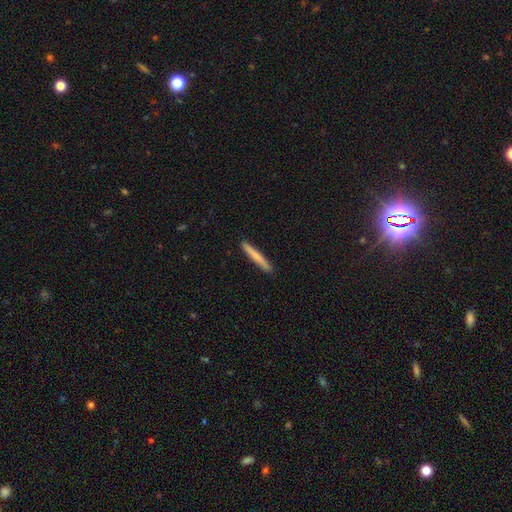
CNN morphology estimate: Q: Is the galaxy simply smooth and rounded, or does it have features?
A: smooth — 72%.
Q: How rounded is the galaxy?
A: cigar-shaped — 96%.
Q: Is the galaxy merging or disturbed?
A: none — 92%.